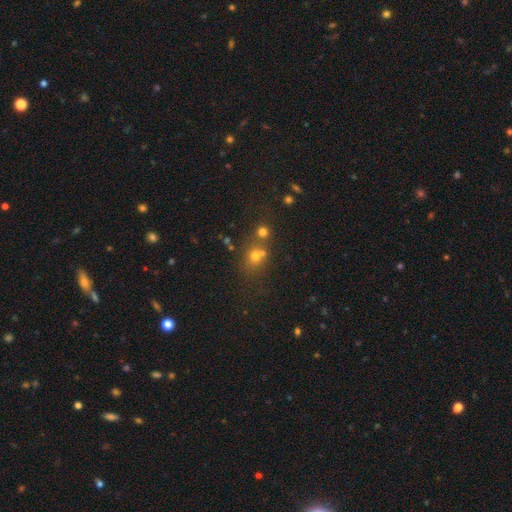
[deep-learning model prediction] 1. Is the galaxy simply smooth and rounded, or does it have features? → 62% smooth, 24% star or artifact, 14% featured or disk.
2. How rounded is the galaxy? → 74% round, 25% in between, 1% cigar-shaped.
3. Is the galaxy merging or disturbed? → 47% none, 40% merger, 9% minor disturbance, 4% major disturbance.